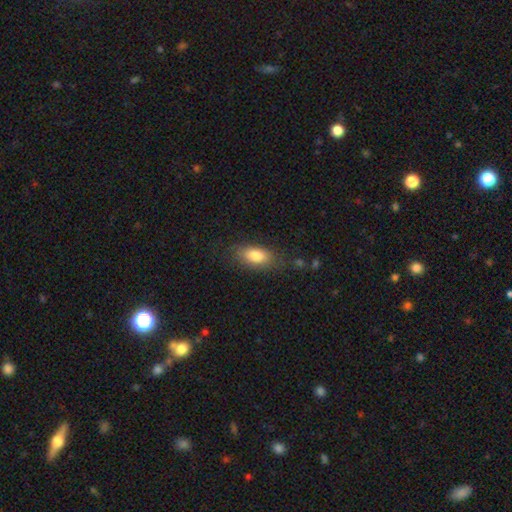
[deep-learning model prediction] The model was most divided on "merging": none: 76%, minor disturbance: 16%, major disturbance: 6%, merger: 2%. More confident: how rounded — in between (89%); smooth or featured — smooth (82%).